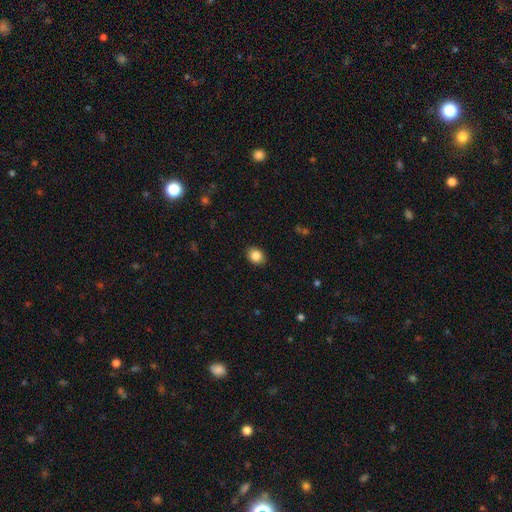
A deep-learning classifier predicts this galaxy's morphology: Smooth or featured: smooth — 86% (star or artifact — 9%)
How rounded: round — 51% (in between — 48%)
Merging: none — 89% (minor disturbance — 8%)